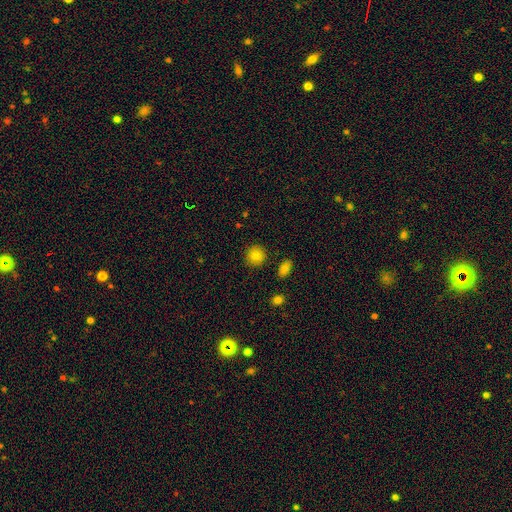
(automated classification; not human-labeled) A smooth galaxy with no disk features (83%) that is round (89%). Merging: none (89%).